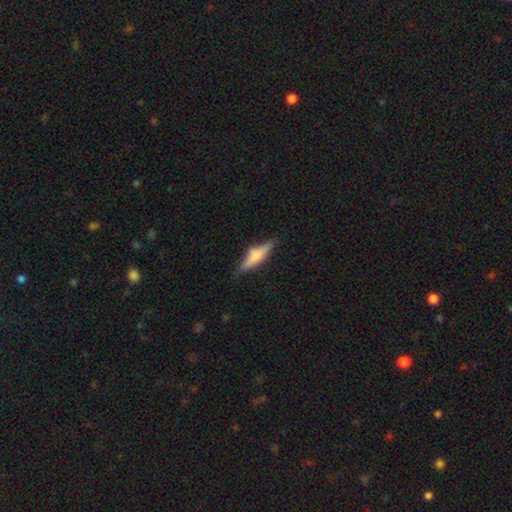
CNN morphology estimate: The model was most divided on "smooth or featured": smooth: 49%, featured or disk: 44%, star or artifact: 7%. More confident: merging — none (72%).